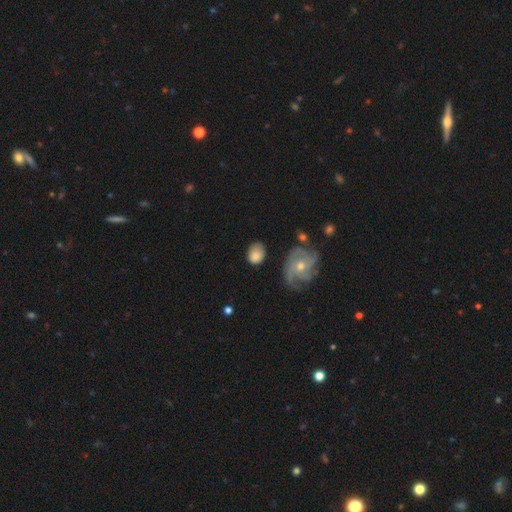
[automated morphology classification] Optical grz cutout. It shows a smooth galaxy with no disk features (72%) that is in between round and cigar-shaped (61%). Merging: none (68%).